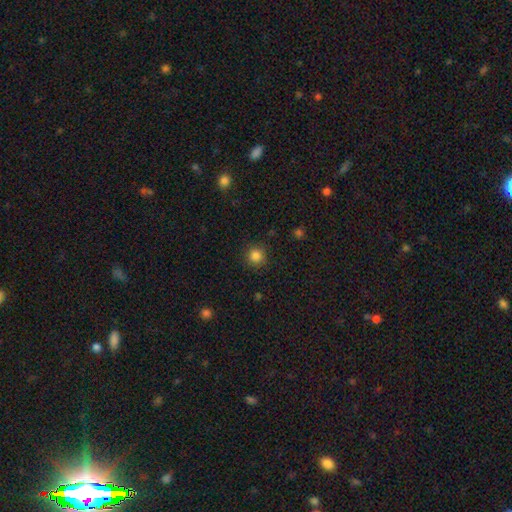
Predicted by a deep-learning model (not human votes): Overall: smooth (84%). How rounded: round (94%). Merging: none (90%).